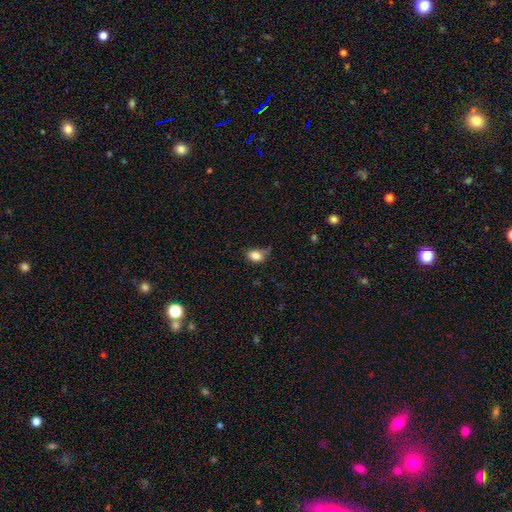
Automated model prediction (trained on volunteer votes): A smooth galaxy with no disk features (84%) that is in between round and cigar-shaped (75%).

Vote fractions:
- Smooth or featured? smooth: 84% / star or artifact: 10% / featured or disk: 7%
- How rounded? in between: 75% / round: 23% / cigar-shaped: 2%
- Merging? none: 54% / minor disturbance: 31% / major disturbance: 9% / merger: 6%